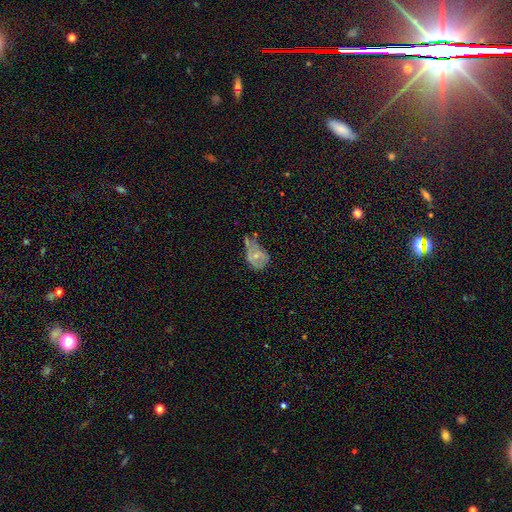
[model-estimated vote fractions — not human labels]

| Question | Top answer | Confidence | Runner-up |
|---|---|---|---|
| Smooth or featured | smooth | 45% | featured or disk (43%) |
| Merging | major disturbance | 33% | minor disturbance (32%) |